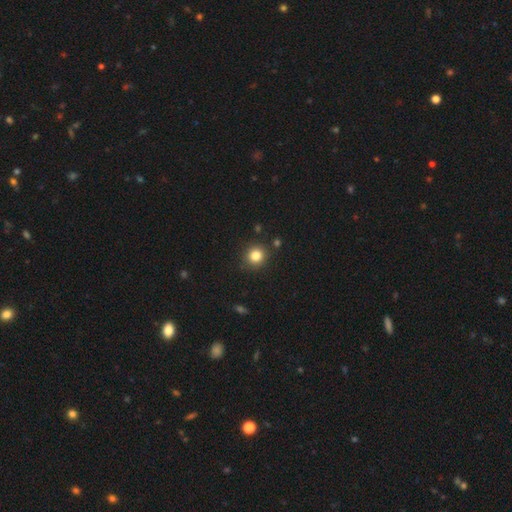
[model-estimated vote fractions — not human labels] smooth_or_featured: smooth (p=0.82) [alt: star or artifact p=0.12]
how_rounded: round (p=0.89) [alt: in between p=0.10]
merging: none (p=0.88) [alt: minor disturbance p=0.07]